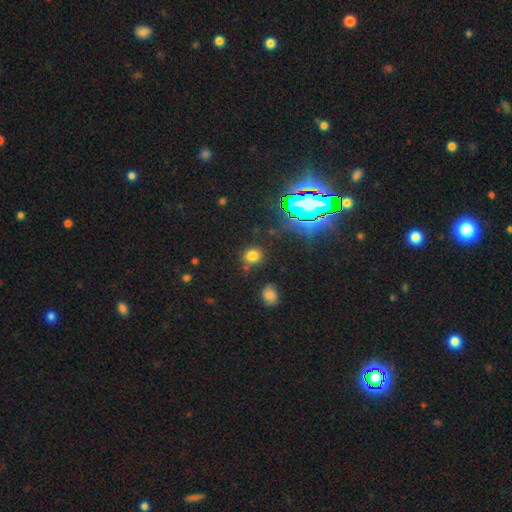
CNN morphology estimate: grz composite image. It shows a smooth galaxy with no disk features (57%) that is round (81%). Merging: none (82%).